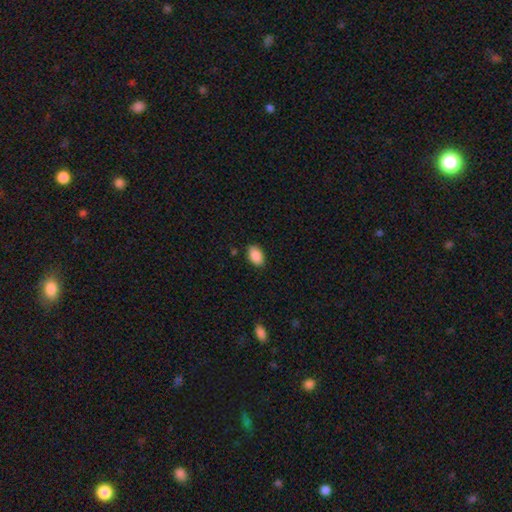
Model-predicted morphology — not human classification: A smooth galaxy with no disk features (90%) that is in between round and cigar-shaped (92%).

Vote fractions:
- Smooth or featured? smooth: 90% / star or artifact: 7% / featured or disk: 3%
- How rounded? in between: 92% / round: 7% / cigar-shaped: 1%
- Merging? none: 87% / minor disturbance: 10% / major disturbance: 2% / merger: 1%